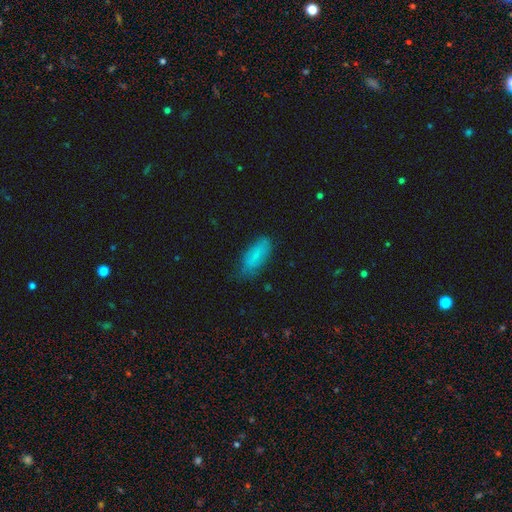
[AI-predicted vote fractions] smooth-or-featured: smooth: 77% | featured or disk: 15% | star or artifact: 8%
  how-rounded: in between: 76% | cigar-shaped: 22% | round: 2%
  merging: none: 69% | minor disturbance: 24% | major disturbance: 6% | merger: 2%